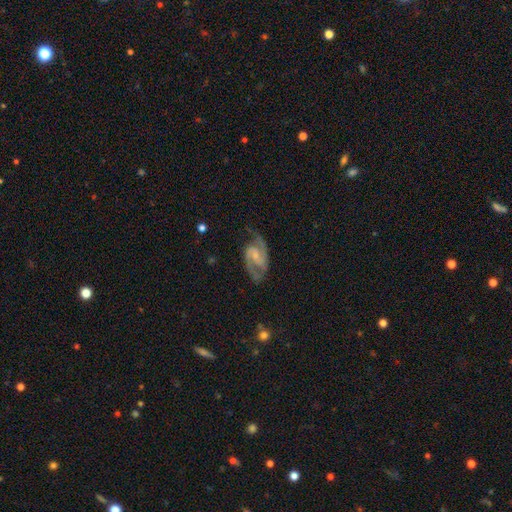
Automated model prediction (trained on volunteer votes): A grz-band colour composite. It shows a featured or disk galaxy (90%) with a weak bar (51%), 2 (92%) medium (59%) spiral arms (98%) and a small central bulge (51%). Merging: none (75%).